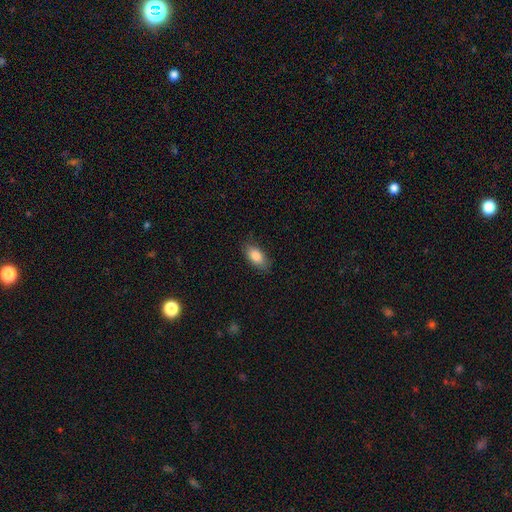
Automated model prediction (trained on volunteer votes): Morphology: type=smooth (85%); roundness=in between (91%); merging=none (82%).